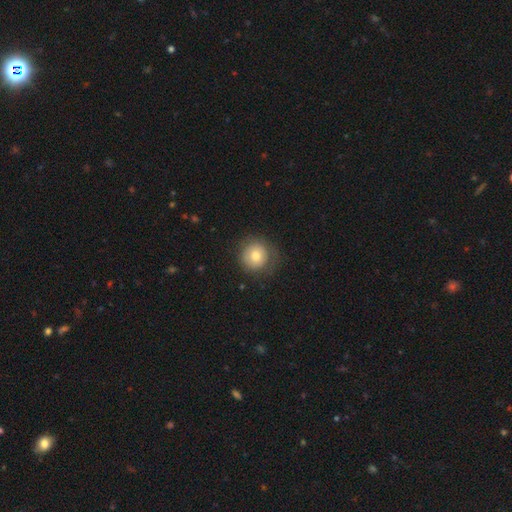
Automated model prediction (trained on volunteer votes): Smooth or featured? Predicted: smooth (p=0.75). How rounded? Predicted: round (p=0.91). Merging? Predicted: none (p=0.74).